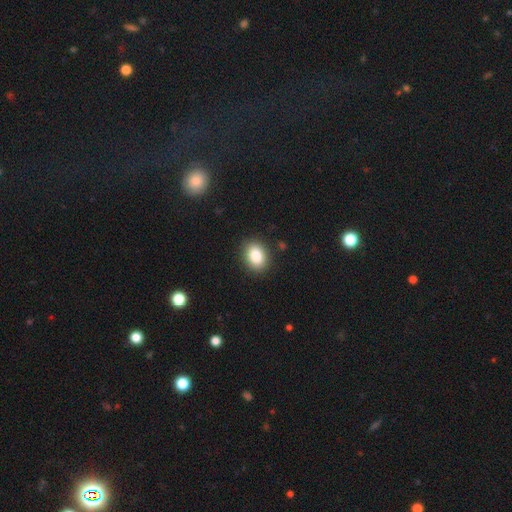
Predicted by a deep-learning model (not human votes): The model was most divided on "how rounded": in between: 68%, round: 31%, cigar-shaped: 1%. More confident: merging — none (89%); smooth or featured — smooth (86%).